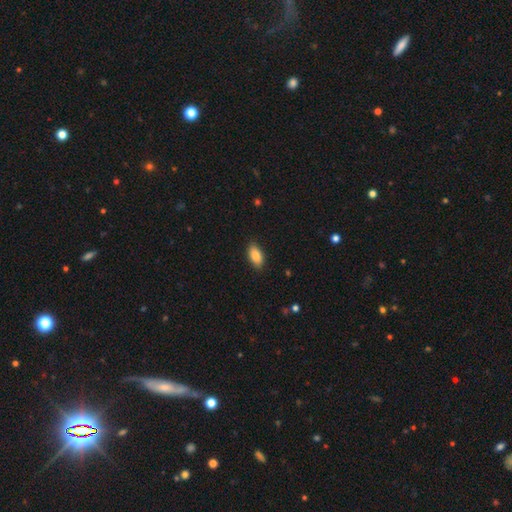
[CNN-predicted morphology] This appears to be a smooth galaxy with no disk features (86%) that is in between round and cigar-shaped (92%). Merging: none (86%).